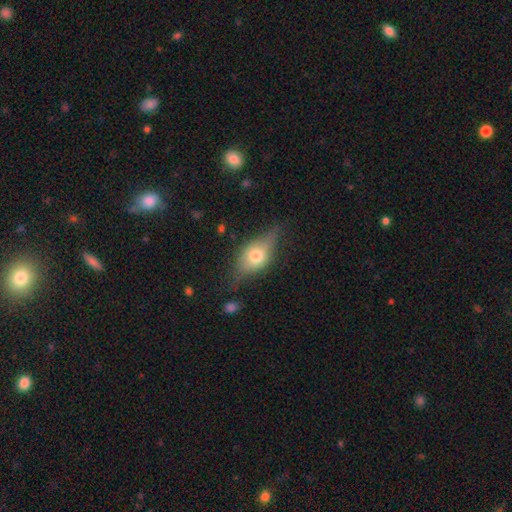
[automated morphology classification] type=smooth (46%); merging=none (62%).